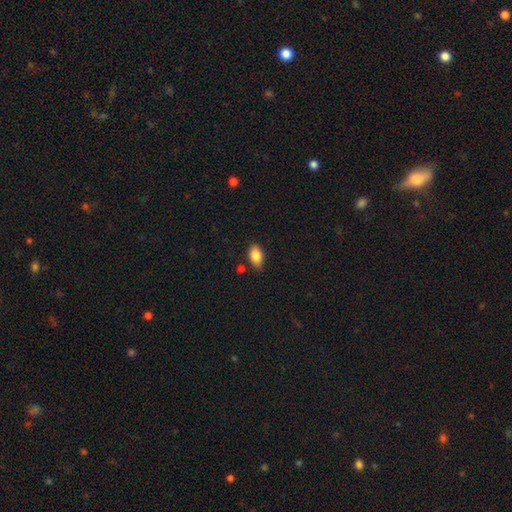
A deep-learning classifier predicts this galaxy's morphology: The model was most divided on "merging": none: 83%, minor disturbance: 12%, merger: 3%, major disturbance: 2%. More confident: how rounded — in between (91%); smooth or featured — smooth (85%).